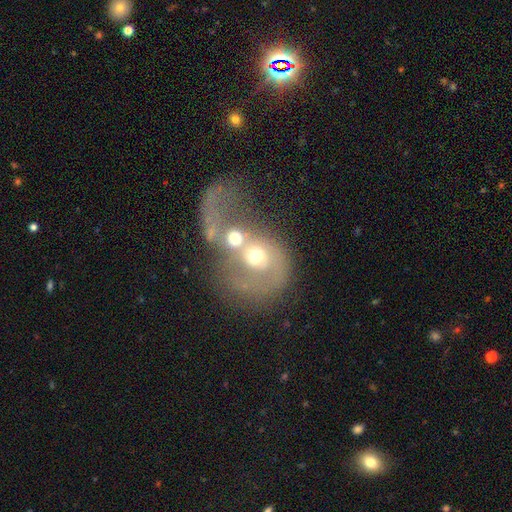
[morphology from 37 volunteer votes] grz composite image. It shows a featured or disk galaxy (81%) with no bar (57%), 1 (45%, tied with 2) loose (60%) spiral arms (67%) and a moderate central bulge (57%). Merging: merger (84%).